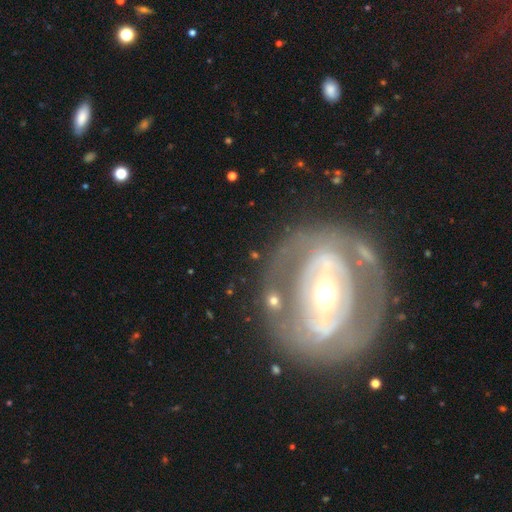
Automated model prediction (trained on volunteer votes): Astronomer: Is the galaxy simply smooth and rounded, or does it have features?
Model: featured or disk — 75%.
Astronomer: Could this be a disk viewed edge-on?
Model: no — 93%.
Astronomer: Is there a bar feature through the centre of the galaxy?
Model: no — 38% (runner-up: strong, 34%).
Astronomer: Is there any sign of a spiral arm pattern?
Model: yes — 62% (runner-up: no, 38%).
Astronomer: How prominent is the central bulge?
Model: moderate — 67%.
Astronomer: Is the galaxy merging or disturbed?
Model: none — 62%.